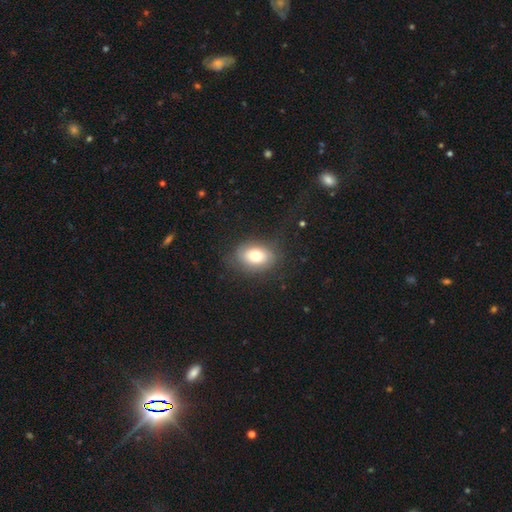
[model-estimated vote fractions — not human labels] Smooth or featured: smooth — 68% (featured or disk — 23%)
How rounded: in between — 76% (round — 23%)
Merging: none — 75% (minor disturbance — 15%)